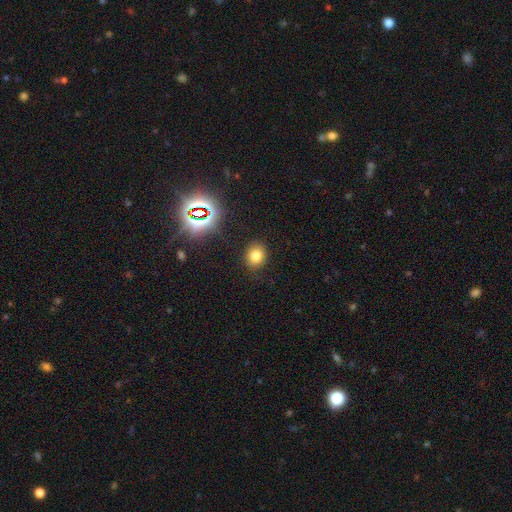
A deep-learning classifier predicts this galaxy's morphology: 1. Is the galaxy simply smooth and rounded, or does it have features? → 76% smooth, 16% star or artifact, 7% featured or disk.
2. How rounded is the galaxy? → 60% round, 39% in between, 1% cigar-shaped.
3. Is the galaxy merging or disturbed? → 86% none, 10% minor disturbance, 3% major disturbance, 2% merger.